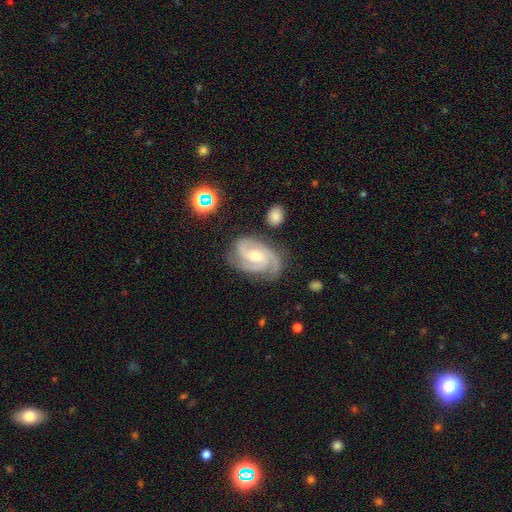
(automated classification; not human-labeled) Smooth or featured? Predicted: featured or disk (p=0.90). Edge-on disk? Predicted: no (p=0.98). Bar? Predicted: no (p=0.60). Spiral arms? Predicted: yes (p=0.98). Spiral winding? Predicted: tight (p=0.50). Spiral arm count? Predicted: 3 (p=0.61). Bulge size? Predicted: small (p=0.50). Merging? Predicted: none (p=0.74).